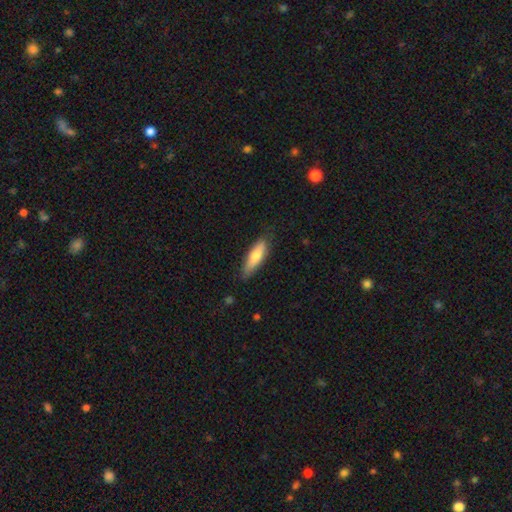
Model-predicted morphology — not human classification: The model was most divided on "how rounded": cigar-shaped: 59%, in between: 39%, round: 2%. More confident: merging — none (79%); smooth or featured — smooth (71%).